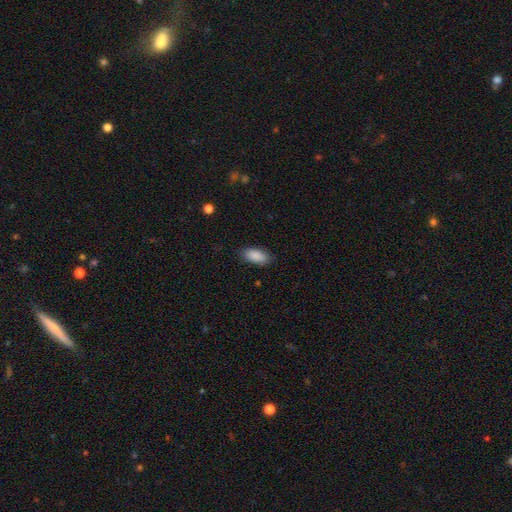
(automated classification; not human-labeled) Q: Smooth or featured?
A: smooth (90%); runner-up: star or artifact (6%)
Q: How rounded?
A: in between (90%); runner-up: cigar-shaped (8%)
Q: Merging?
A: none (86%); runner-up: minor disturbance (11%)